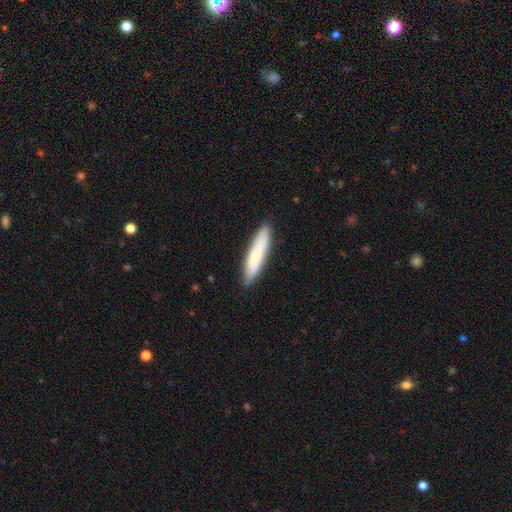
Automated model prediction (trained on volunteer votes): Smooth or featured?
  - smooth: 78% *
  - featured or disk: 16%
  - star or artifact: 6%
How rounded?
  - cigar-shaped: 85% *
  - in between: 14%
  - round: 1%
Merging?
  - none: 87% *
  - minor disturbance: 10%
  - major disturbance: 2%
  - merger: 1%